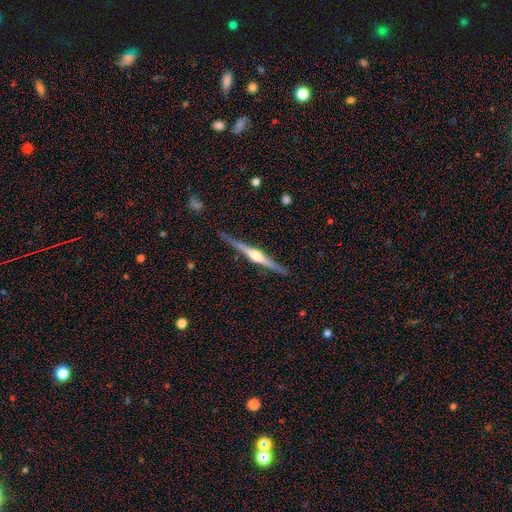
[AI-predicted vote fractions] The model was most divided on "smooth or featured": featured or disk: 81%, smooth: 14%, star or artifact: 5%. More confident: edge-on disk — yes (98%); edge-on bulge — rounded (90%); merging — none (87%).